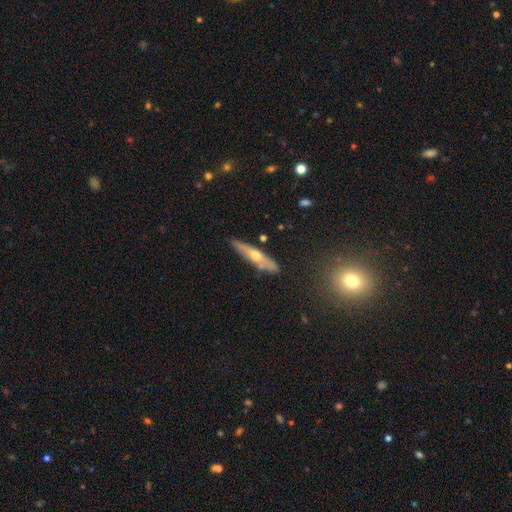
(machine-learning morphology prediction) type=featured or disk (58%); edge-on=yes (84%); merging=none (80%).